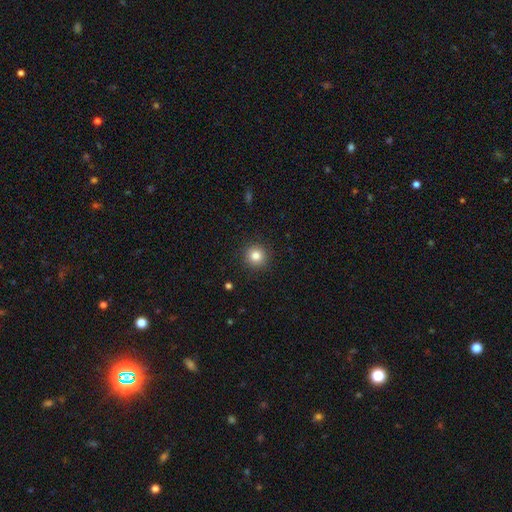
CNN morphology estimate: Smooth or featured? smooth (83%)
How rounded? round (95%)
Merging? none (92%)